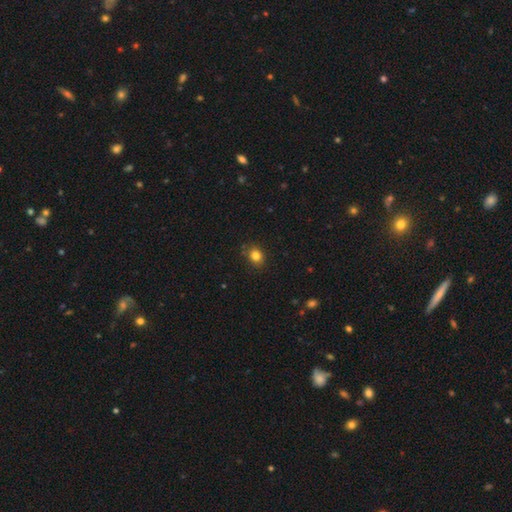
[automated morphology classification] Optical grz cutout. It shows a smooth galaxy with no disk features (82%) that is round (55%). Merging: none (84%).